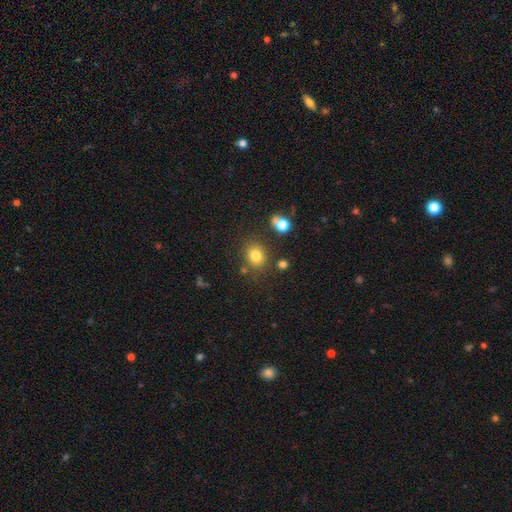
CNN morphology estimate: type=smooth (80%); roundness=round (66%); merging=none (78%).